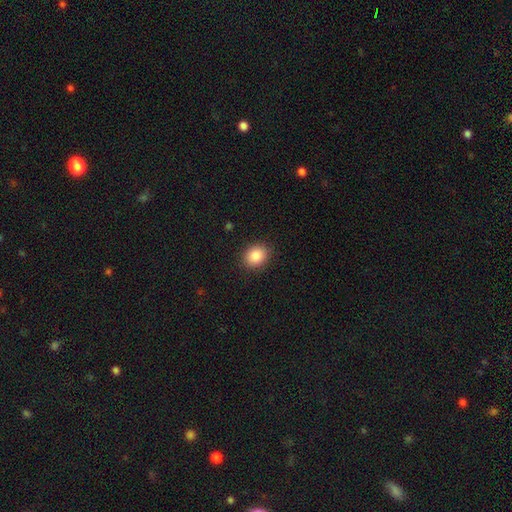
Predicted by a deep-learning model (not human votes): This appears to be a smooth galaxy with no disk features (86%) that is round (53%). Merging: none (89%).